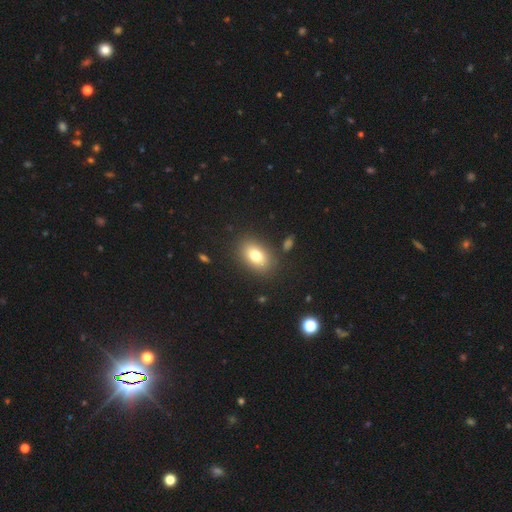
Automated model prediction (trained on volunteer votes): smooth_or_featured: smooth (p=0.77) [alt: featured or disk p=0.13]
how_rounded: in between (p=0.83) [alt: round p=0.15]
merging: none (p=0.86) [alt: minor disturbance p=0.09]